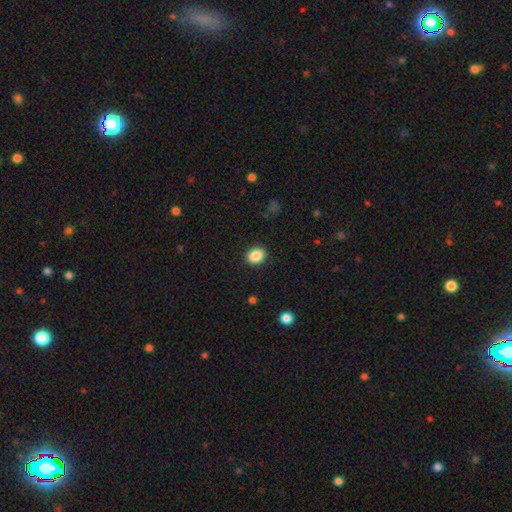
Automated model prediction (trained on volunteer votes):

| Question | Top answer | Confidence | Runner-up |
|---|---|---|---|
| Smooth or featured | smooth | 87% | star or artifact (9%) |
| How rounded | round | 50% | in between (49%) |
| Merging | none | 89% | minor disturbance (7%) |